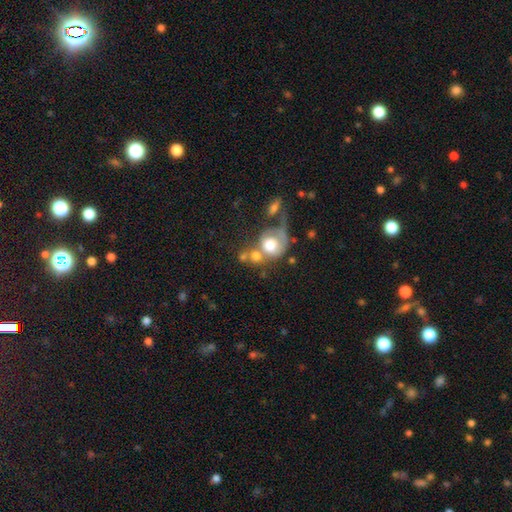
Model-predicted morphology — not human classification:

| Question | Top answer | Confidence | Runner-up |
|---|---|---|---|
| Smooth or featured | smooth | 63% | featured or disk (28%) |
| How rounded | round | 73% | in between (25%) |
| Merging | merger | 52% | none (22%) |